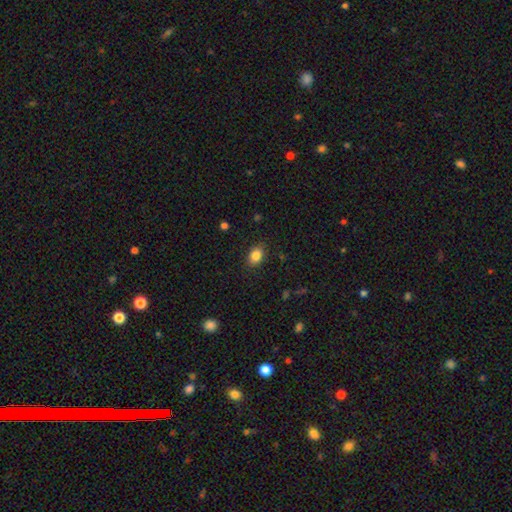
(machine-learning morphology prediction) A smooth galaxy with no disk features (85%) that is in between round and cigar-shaped (74%).

Vote fractions:
- Smooth or featured? smooth: 85% / star or artifact: 9% / featured or disk: 6%
- How rounded? in between: 74% / round: 25% / cigar-shaped: 1%
- Merging? none: 86% / minor disturbance: 11% / major disturbance: 3% / merger: 1%